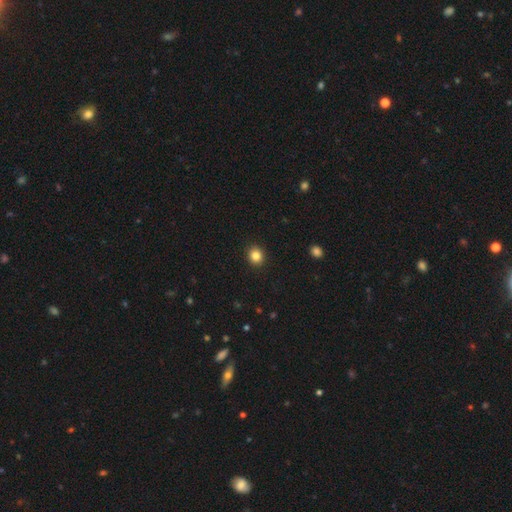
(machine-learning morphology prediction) Smooth or featured? Predicted: smooth (p=0.85). How rounded? Predicted: round (p=0.77). Merging? Predicted: none (p=0.92).